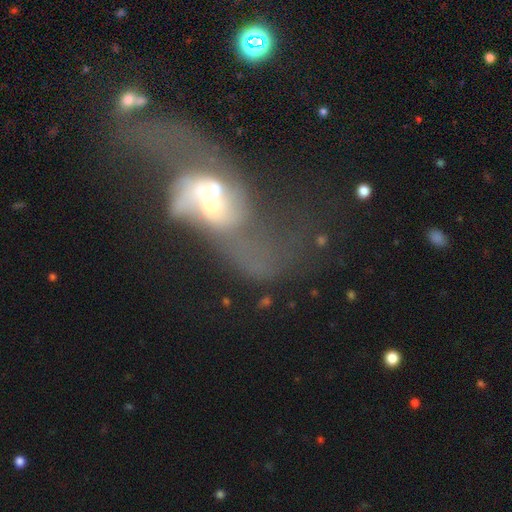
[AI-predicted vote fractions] A featured or disk galaxy (75%) with no bar (44%), 2 (71%) loose (72%) spiral arms (77%) and a moderate central bulge (45%). Merging: merger (40%).